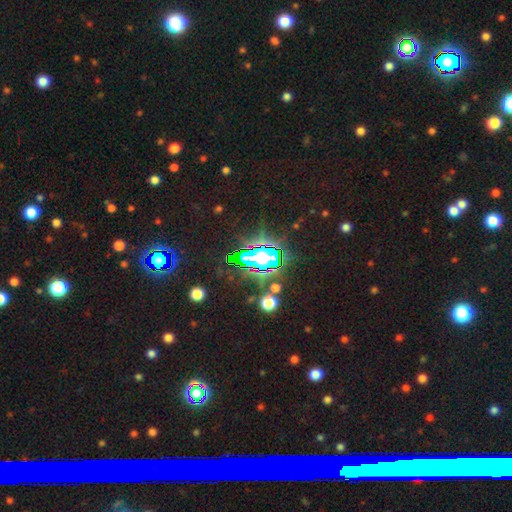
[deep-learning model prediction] Smooth or featured?
  - star or artifact: 77% *
  - smooth: 14%
  - featured or disk: 10%